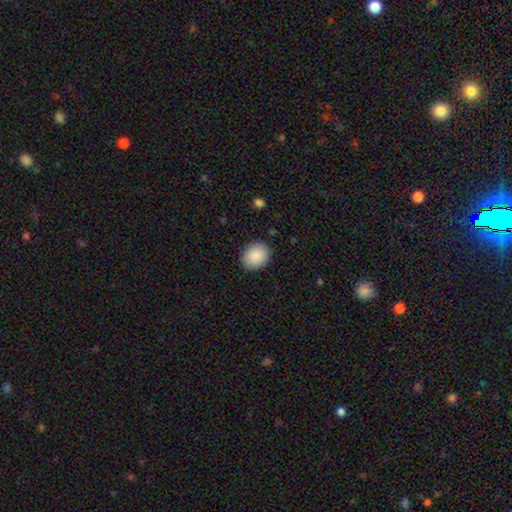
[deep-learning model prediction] Morphology: type=smooth (90%); roundness=round (62%); merging=none (88%).